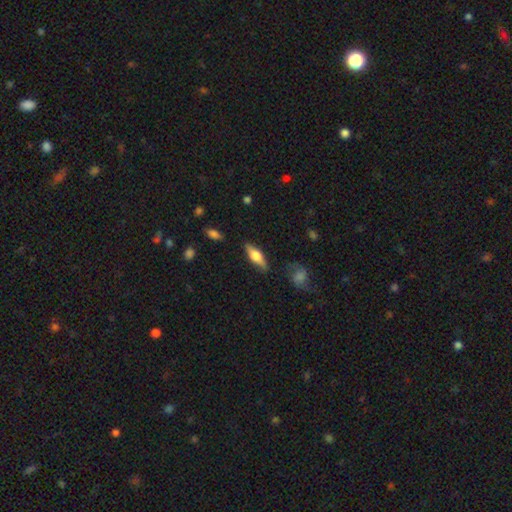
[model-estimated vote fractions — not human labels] Smooth or featured?
  - smooth: 47% * (tied)
  - featured or disk: 47% * (tied)
  - star or artifact: 6%
Merging?
  - none: 82% *
  - minor disturbance: 13%
  - major disturbance: 3%
  - merger: 2%